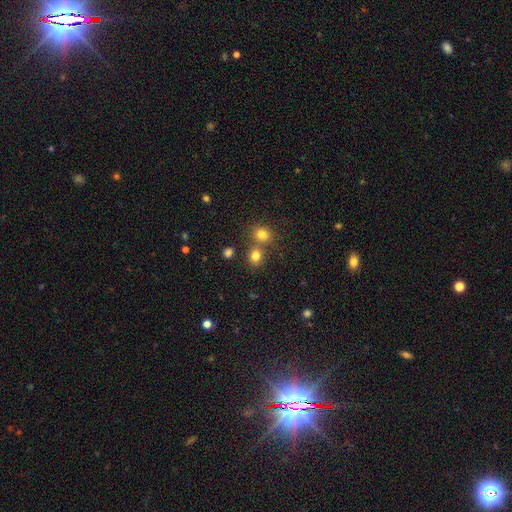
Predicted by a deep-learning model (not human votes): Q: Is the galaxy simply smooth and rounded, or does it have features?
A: smooth — 79%.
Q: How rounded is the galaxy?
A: round — 66%.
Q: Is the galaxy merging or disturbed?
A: none — 56%.